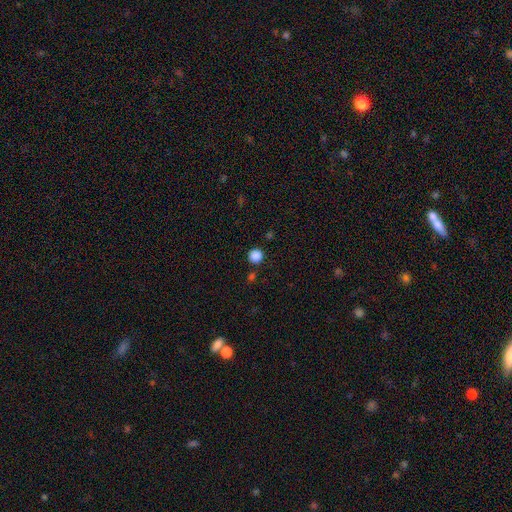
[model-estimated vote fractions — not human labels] A smooth galaxy with no disk features (86%) that is round (94%). Merging: none (87%).